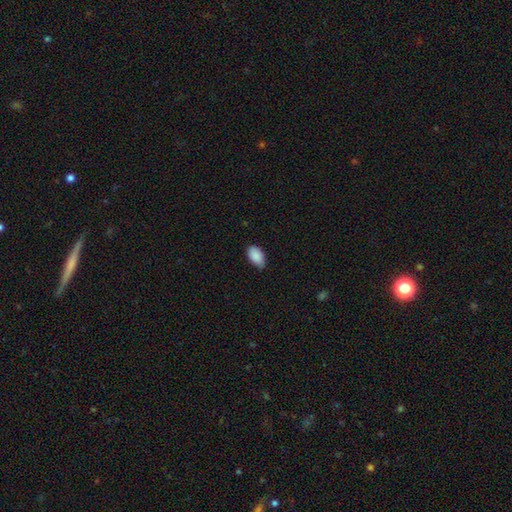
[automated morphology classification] This appears to be a smooth galaxy with no disk features (89%) that is in between round and cigar-shaped (94%). Merging: none (73%).